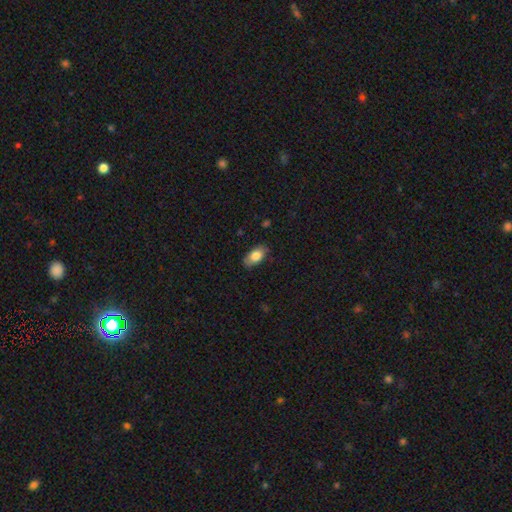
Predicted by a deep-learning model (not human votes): Smooth or featured? Predicted: smooth (p=0.80). How rounded? Predicted: in between (p=0.92). Merging? Predicted: none (p=0.82).